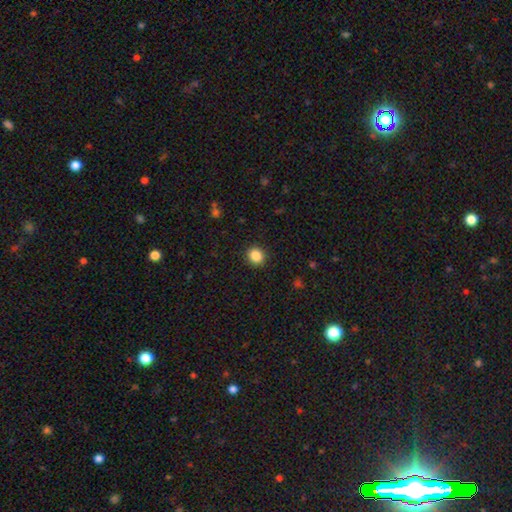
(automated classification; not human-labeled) Smooth or featured: smooth — 87% (star or artifact — 10%)
How rounded: round — 82% (in between — 17%)
Merging: none — 91% (minor disturbance — 6%)